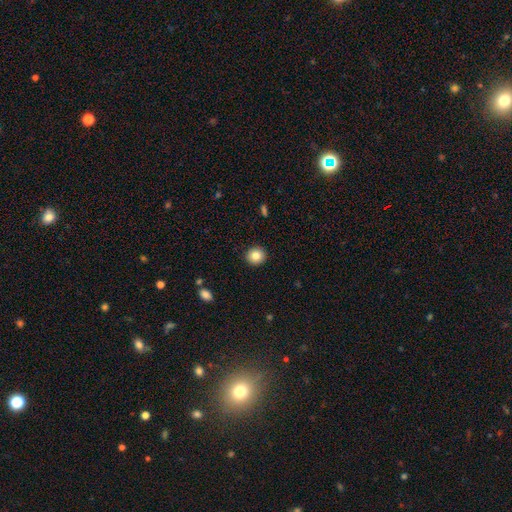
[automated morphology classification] smooth_or_featured: smooth (p=0.83) [alt: star or artifact p=0.09]
how_rounded: round (p=0.91) [alt: in between p=0.08]
merging: none (p=0.92) [alt: minor disturbance p=0.05]